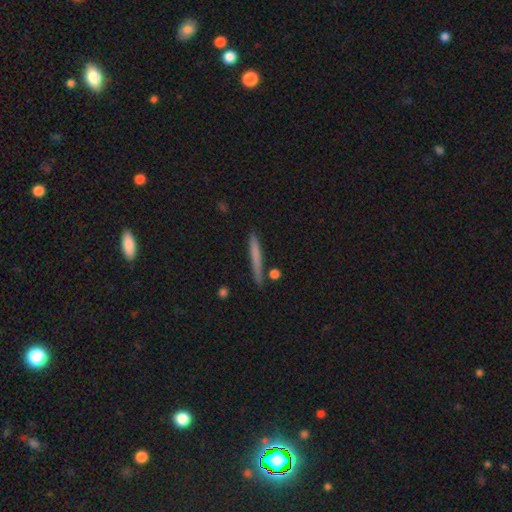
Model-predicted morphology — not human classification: The model was most divided on "smooth or featured": smooth: 65%, featured or disk: 29%, star or artifact: 7%. More confident: how rounded — cigar-shaped (96%); merging — none (83%).